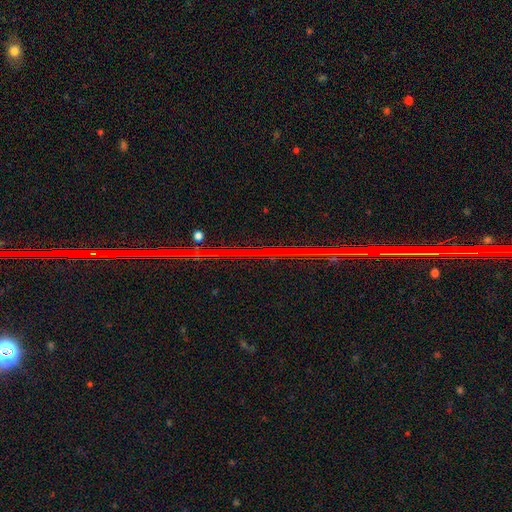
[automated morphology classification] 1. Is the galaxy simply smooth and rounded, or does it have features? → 85% star or artifact, 9% featured or disk, 6% smooth.